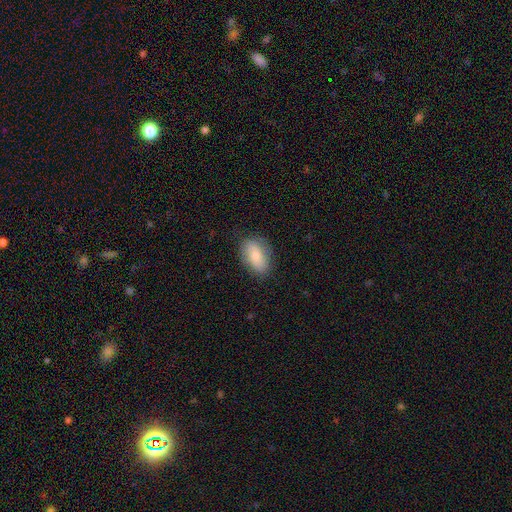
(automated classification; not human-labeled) Smooth or featured? Predicted: smooth (p=0.80). How rounded? Predicted: in between (p=0.90). Merging? Predicted: none (p=0.80).